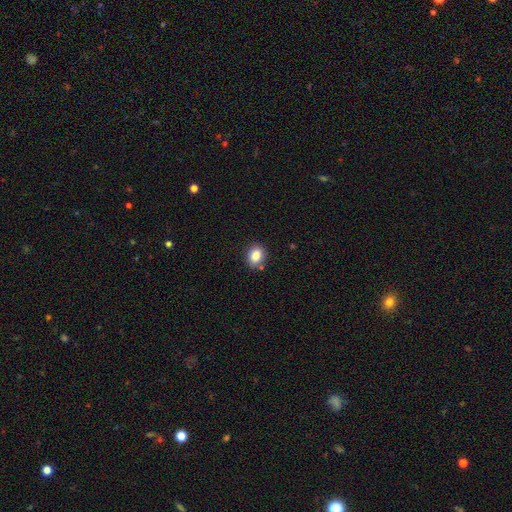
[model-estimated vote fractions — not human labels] Smooth or featured? Predicted: smooth (p=0.86). How rounded? Predicted: in between (p=0.57). Merging? Predicted: none (p=0.80).